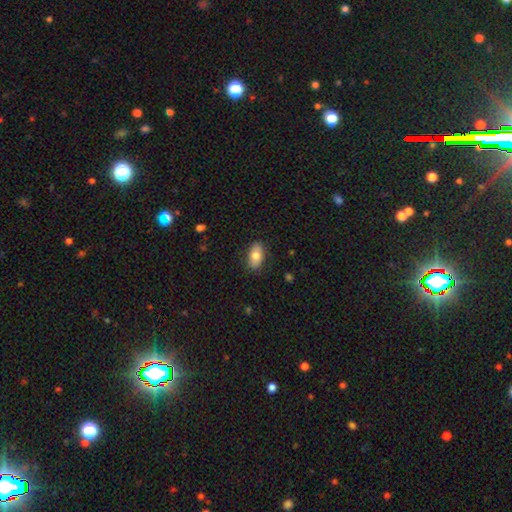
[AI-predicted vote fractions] This is likely a smooth galaxy (78%). How rounded: clearly in between (91%). Merging: clearly none (86%).